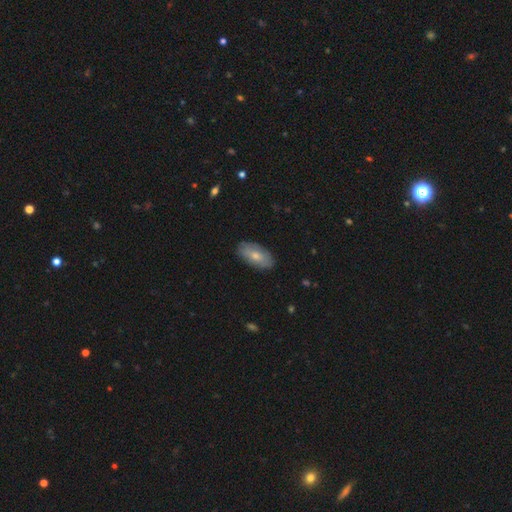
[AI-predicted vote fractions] The model was most divided on "smooth or featured": smooth: 65%, featured or disk: 29%, star or artifact: 6%. More confident: how rounded — in between (92%); merging — none (84%).